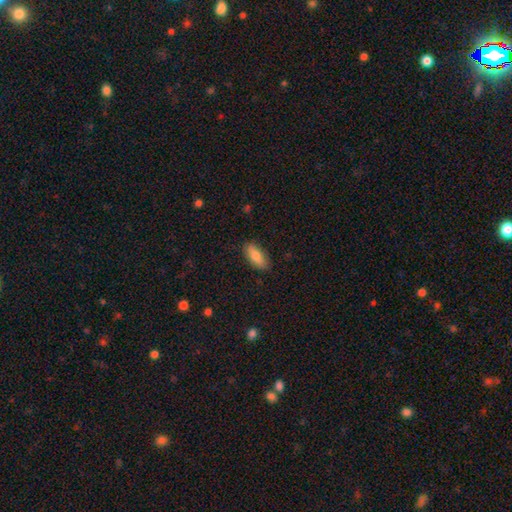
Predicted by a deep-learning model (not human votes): A smooth galaxy with no disk features (81%) that is in between round and cigar-shaped (81%). Merging: none (85%).